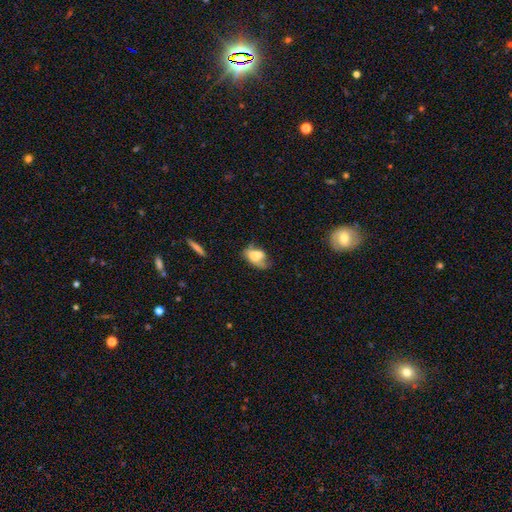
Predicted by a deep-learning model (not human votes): A smooth galaxy with no disk features (64%) that is in between round and cigar-shaped (87%). Merging: none (31%).